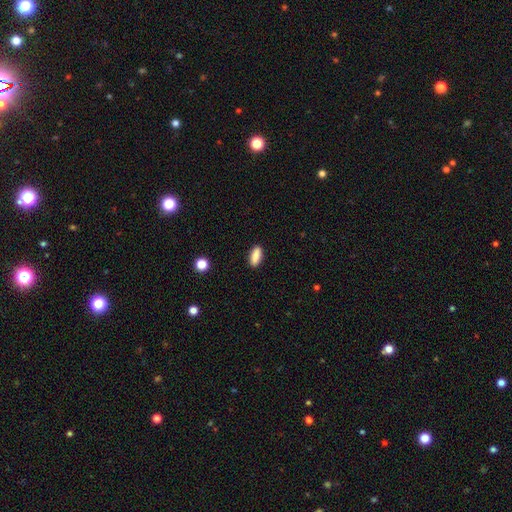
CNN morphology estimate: smooth-or-featured: smooth: 88% | star or artifact: 7% | featured or disk: 5%
  how-rounded: in between: 75% | cigar-shaped: 22% | round: 3%
  merging: none: 89% | minor disturbance: 8% | major disturbance: 2% | merger: 1%